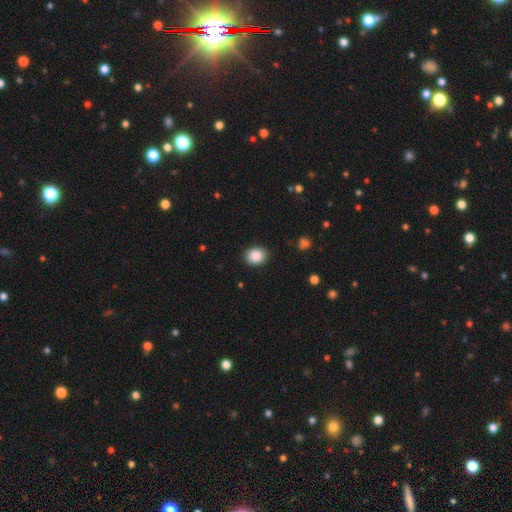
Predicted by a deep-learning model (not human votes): Smooth or featured: smooth — 86% (star or artifact — 9%)
How rounded: round — 59% (in between — 40%)
Merging: none — 90% (minor disturbance — 7%)